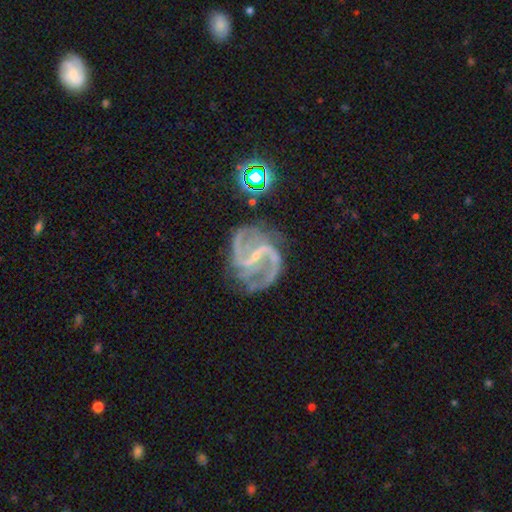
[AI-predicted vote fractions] A featured or disk galaxy (92%) with a strong bar (51%), 2 (78%) medium (56%) spiral arms (98%) and a small central bulge (82%).

Vote fractions:
- Smooth or featured? featured or disk: 92% / star or artifact: 5% / smooth: 2%
- Edge-on disk? no: 98% / yes: 2%
- Bar? strong: 51% / weak: 35% / no: 14%
- Spiral arms? yes: 98% / no: 2%
- Spiral winding? medium: 56% / loose: 29% / tight: 15%
- Spiral arm count? 2: 78% / 3: 8% / can't tell: 4% / 4: 3% / 1: 3% / more than 4: 3%
- Bulge size? small: 82% / moderate: 9% / none: 7% / large: 1% / dominant: 1%
- Merging? none: 69% / minor disturbance: 19% / major disturbance: 10% / merger: 3%